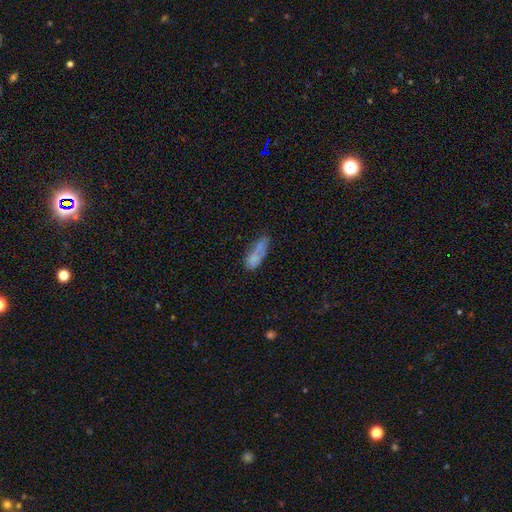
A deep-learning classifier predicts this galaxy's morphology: A smooth galaxy with no disk features (64%) that is in between round and cigar-shaped (59%). Merging: none (45%).